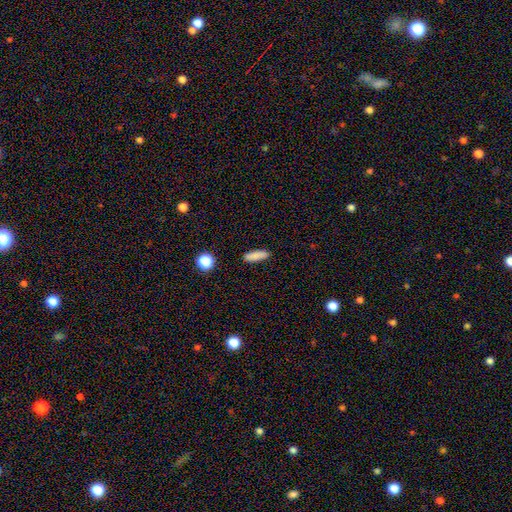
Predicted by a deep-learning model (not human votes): smooth 85%, star or artifact 9%, featured or disk 6%. Down the decision tree: how rounded — cigar-shaped (55%); merging — none (88%).